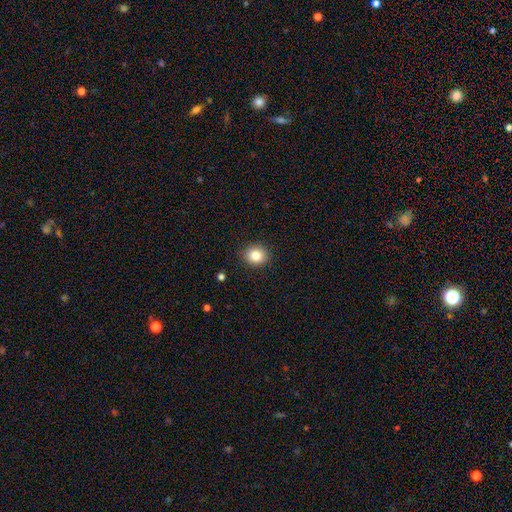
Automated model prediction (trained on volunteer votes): Q: Smooth or featured?
A: smooth (83%); runner-up: star or artifact (10%)
Q: How rounded?
A: round (79%); runner-up: in between (20%)
Q: Merging?
A: none (89%); runner-up: minor disturbance (7%)